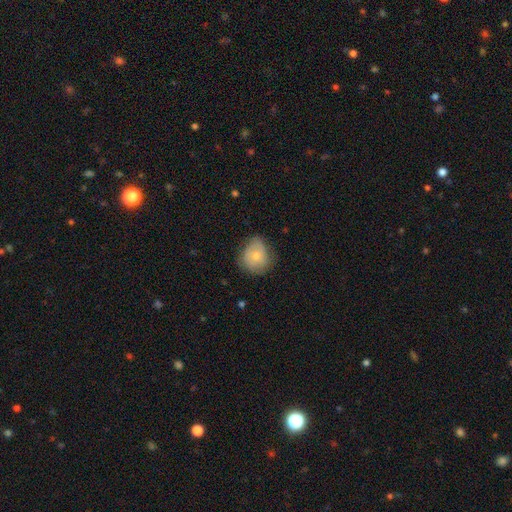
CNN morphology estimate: Smooth or featured: smooth — 70% (featured or disk — 22%)
How rounded: round — 72% (in between — 27%)
Merging: none — 59% (minor disturbance — 31%)